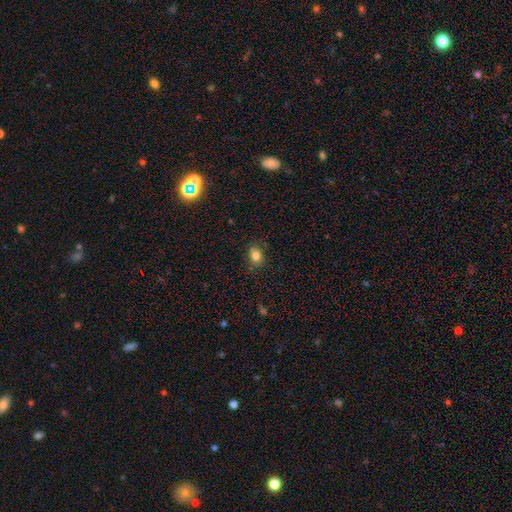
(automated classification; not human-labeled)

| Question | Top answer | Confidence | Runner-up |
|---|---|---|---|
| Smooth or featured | smooth | 82% | star or artifact (11%) |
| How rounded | in between | 61% | round (38%) |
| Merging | none | 82% | minor disturbance (14%) |